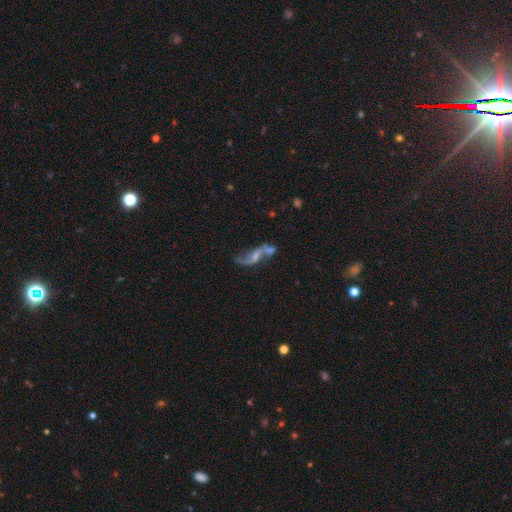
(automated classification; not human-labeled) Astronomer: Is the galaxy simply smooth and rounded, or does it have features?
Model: featured or disk — 75%.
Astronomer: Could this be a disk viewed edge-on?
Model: no — 91%.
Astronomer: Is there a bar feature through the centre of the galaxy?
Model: no — 45% (runner-up: weak, 41%).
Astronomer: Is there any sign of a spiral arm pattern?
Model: yes — 84%.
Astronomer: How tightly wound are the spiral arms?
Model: loose — 90%.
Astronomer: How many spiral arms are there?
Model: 2 — 86%.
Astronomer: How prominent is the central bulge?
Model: small — 42% (runner-up: none, 33%).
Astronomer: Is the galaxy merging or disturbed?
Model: none — 38% (runner-up: merger, 32%).